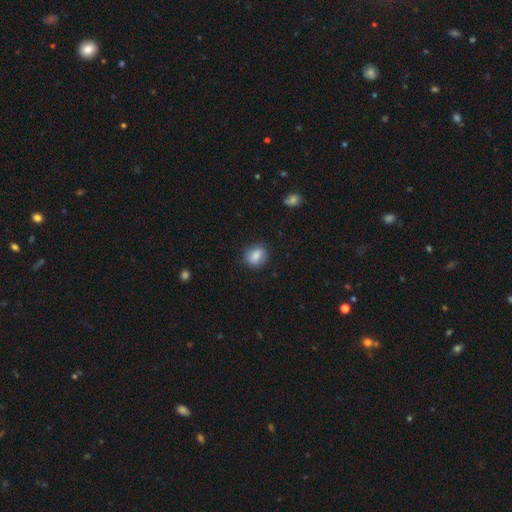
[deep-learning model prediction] Smooth or featured? Predicted: smooth (p=0.81). How rounded? Predicted: round (p=0.56). Merging? Predicted: none (p=0.80).